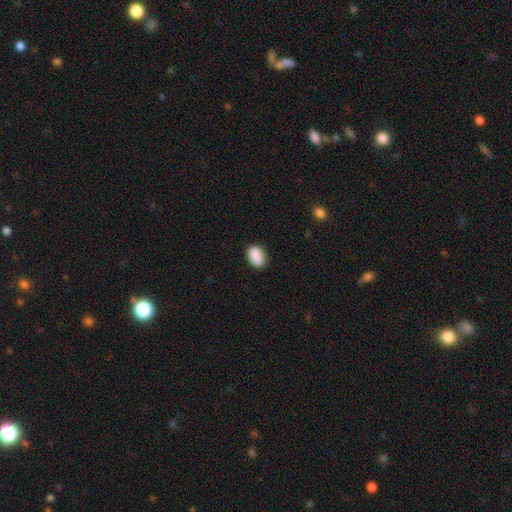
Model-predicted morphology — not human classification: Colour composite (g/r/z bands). It shows a smooth galaxy with no disk features (90%) that is in between round and cigar-shaped (86%). Merging: none (85%).